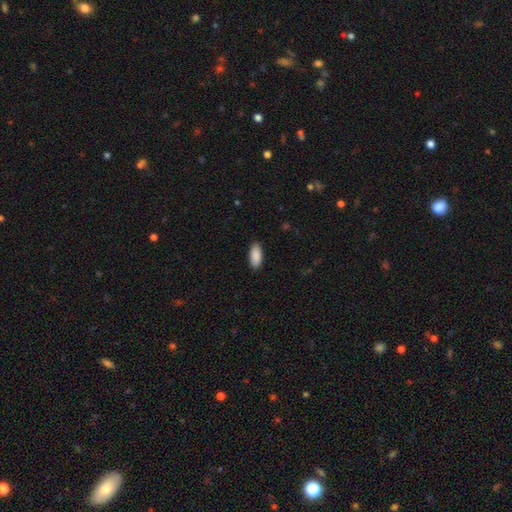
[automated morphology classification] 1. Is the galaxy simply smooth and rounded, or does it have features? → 90% smooth, 6% star or artifact, 4% featured or disk.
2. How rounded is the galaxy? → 87% in between, 11% cigar-shaped, 2% round.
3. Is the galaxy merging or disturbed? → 88% none, 9% minor disturbance, 2% major disturbance, 1% merger.